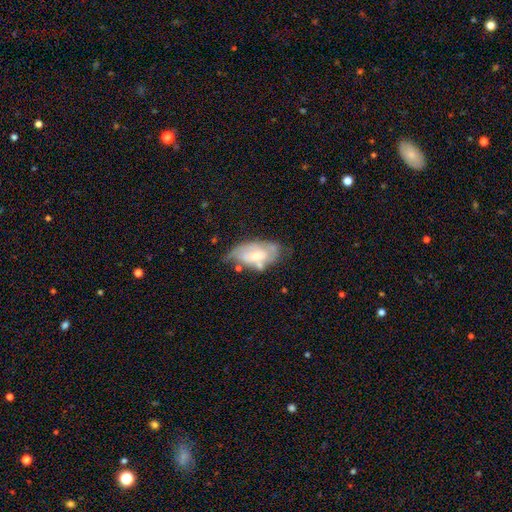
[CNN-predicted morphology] Smooth or featured? Predicted: featured or disk (p=0.59). Edge-on disk? Predicted: no (p=0.94). Bar? Predicted: no (p=0.63). Spiral arms? Predicted: yes (p=0.65). Bulge size? Predicted: moderate (p=0.46). Merging? Predicted: none (p=0.36).